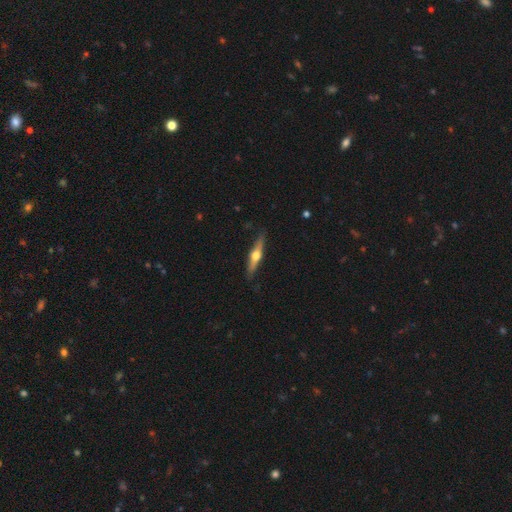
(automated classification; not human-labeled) smooth_or_featured: featured or disk (p=0.67) [alt: smooth p=0.28]
disk_edge_on: yes (p=0.96) [alt: no p=0.04]
edge_on_bulge: rounded (p=0.95) [alt: boxy p=0.03]
merging: none (p=0.87) [alt: minor disturbance p=0.10]